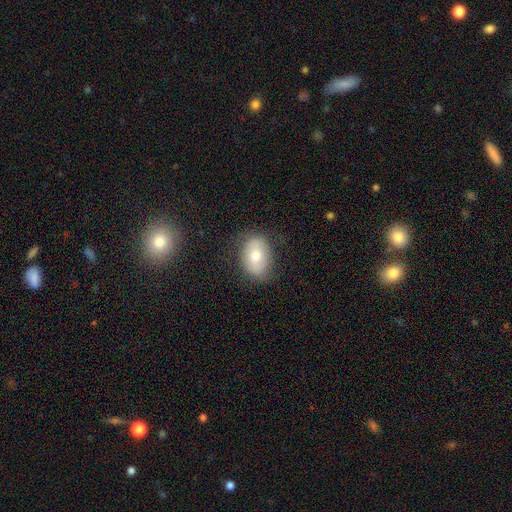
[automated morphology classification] A smooth galaxy with no disk features (66%) that is in between round and cigar-shaped (77%).

Vote fractions:
- Smooth or featured? smooth: 66% / featured or disk: 26% / star or artifact: 8%
- How rounded? in between: 77% / round: 22% / cigar-shaped: 1%
- Merging? none: 78% / minor disturbance: 16% / major disturbance: 5% / merger: 1%